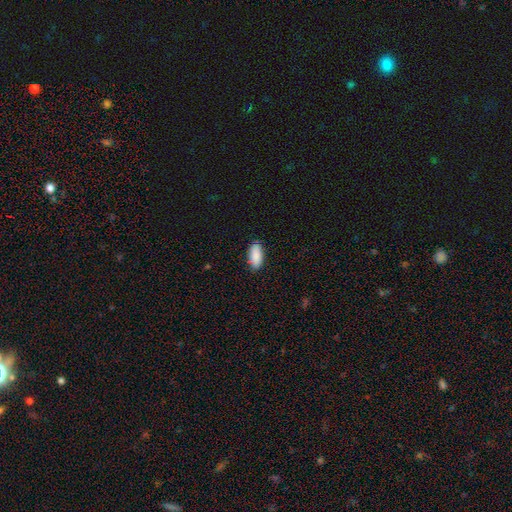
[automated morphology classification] A smooth galaxy with no disk features (87%) that is in between round and cigar-shaped (88%).

Vote fractions:
- Smooth or featured? smooth: 87% / star or artifact: 6% / featured or disk: 6%
- How rounded? in between: 88% / cigar-shaped: 10% / round: 2%
- Merging? none: 79% / minor disturbance: 16% / major disturbance: 3% / merger: 2%